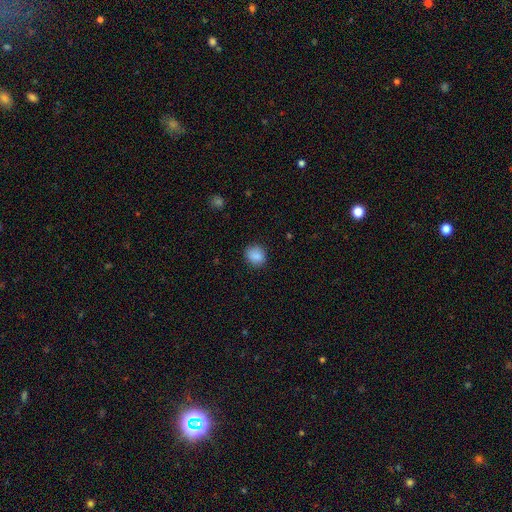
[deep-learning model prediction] Q: Smooth or featured?
A: smooth (88%); runner-up: star or artifact (9%)
Q: How rounded?
A: round (74%); runner-up: in between (25%)
Q: Merging?
A: none (86%); runner-up: minor disturbance (10%)